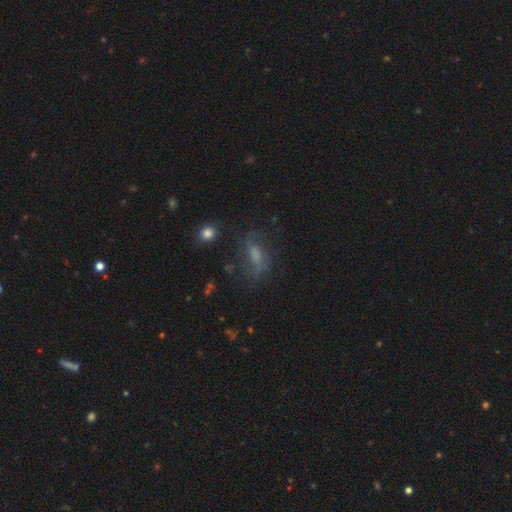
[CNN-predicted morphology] featured or disk 44%, smooth 39%, star or artifact 17%. Down the decision tree: merging — none (57%).